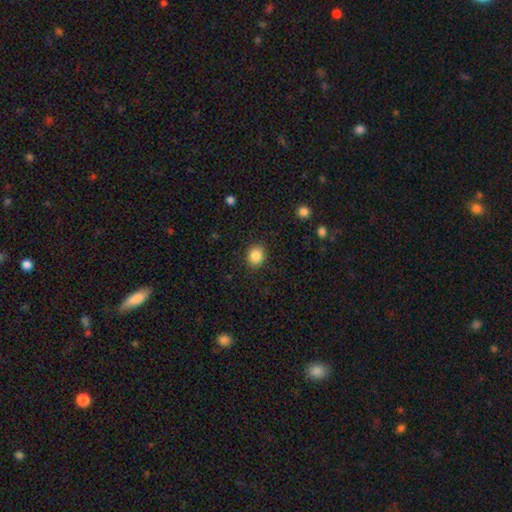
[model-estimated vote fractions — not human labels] Q: Smooth or featured?
A: smooth (86%); runner-up: star or artifact (10%)
Q: How rounded?
A: round (71%); runner-up: in between (28%)
Q: Merging?
A: none (88%); runner-up: minor disturbance (8%)